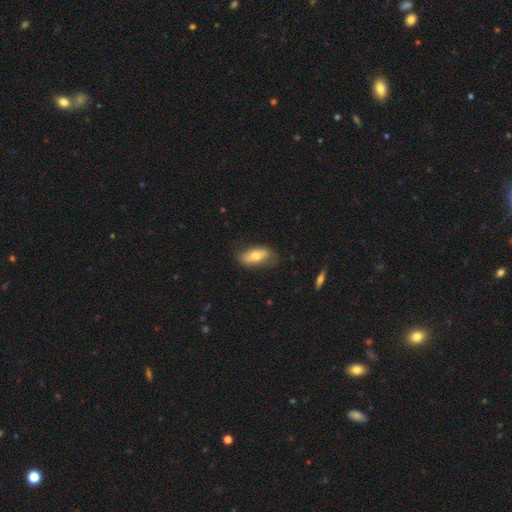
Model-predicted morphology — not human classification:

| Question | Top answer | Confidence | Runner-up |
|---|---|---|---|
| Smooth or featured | smooth | 62% | featured or disk (32%) |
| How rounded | in between | 86% | cigar-shaped (10%) |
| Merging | none | 70% | minor disturbance (22%) |